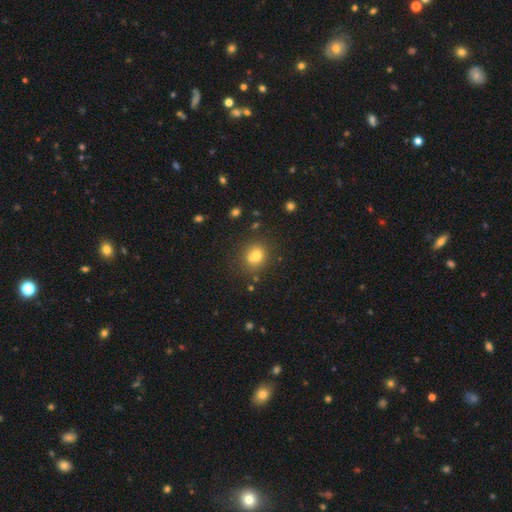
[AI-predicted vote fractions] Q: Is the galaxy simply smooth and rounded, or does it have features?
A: smooth — 71%.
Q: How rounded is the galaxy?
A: round — 70%.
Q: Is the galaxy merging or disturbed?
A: none — 52%.